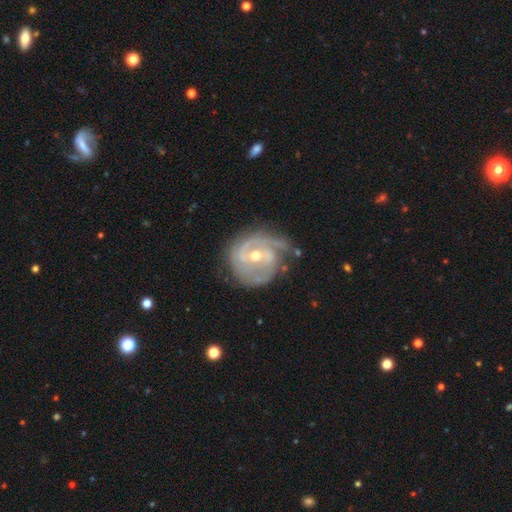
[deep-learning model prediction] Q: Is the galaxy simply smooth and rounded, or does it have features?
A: featured or disk — 88%.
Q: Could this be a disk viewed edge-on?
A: no — 98%.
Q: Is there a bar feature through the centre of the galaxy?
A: no — 43%.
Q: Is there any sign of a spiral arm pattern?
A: yes — 95%.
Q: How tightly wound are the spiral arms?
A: tight — 58%.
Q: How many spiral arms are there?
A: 2 — 45%.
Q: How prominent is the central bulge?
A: moderate — 53%.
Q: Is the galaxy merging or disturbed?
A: none — 60%.